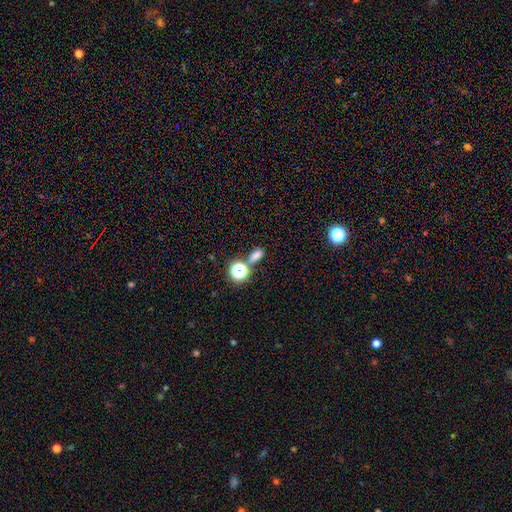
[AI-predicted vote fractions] Smooth or featured?
  - smooth: 65% *
  - star or artifact: 28%
  - featured or disk: 7%
How rounded?
  - in between: 69% *
  - round: 22%
  - cigar-shaped: 9%
Merging?
  - none: 67% *
  - merger: 18%
  - minor disturbance: 11%
  - major disturbance: 5%